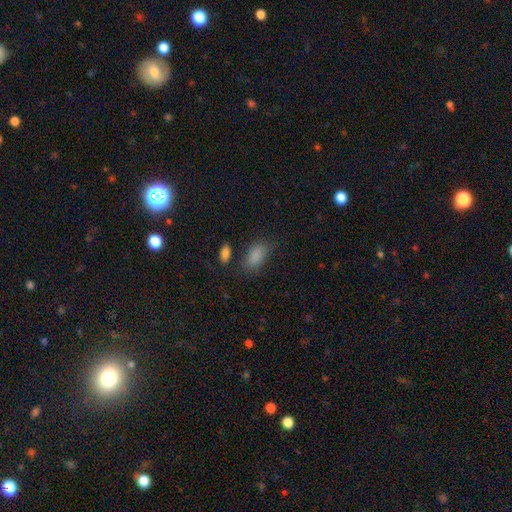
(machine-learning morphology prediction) Q: Smooth or featured?
A: smooth (84%); runner-up: star or artifact (10%)
Q: How rounded?
A: in between (90%); runner-up: cigar-shaped (5%)
Q: Merging?
A: none (67%); runner-up: minor disturbance (20%)